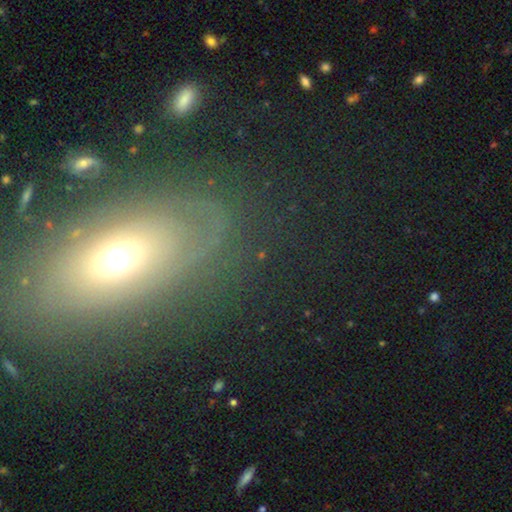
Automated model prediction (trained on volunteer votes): Morphology: type=featured or disk (49%); merging=none (75%).